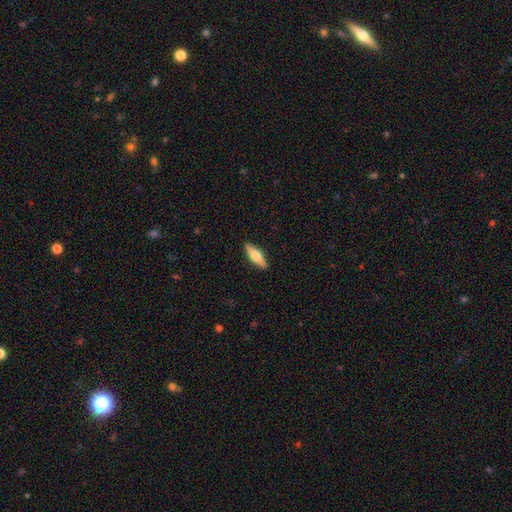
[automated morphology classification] A featured or disk galaxy (48%).

Vote fractions:
- Smooth or featured? featured or disk: 48% / smooth: 47% / star or artifact: 6%
- Merging? none: 90% / minor disturbance: 7% / major disturbance: 2% / merger: 1%